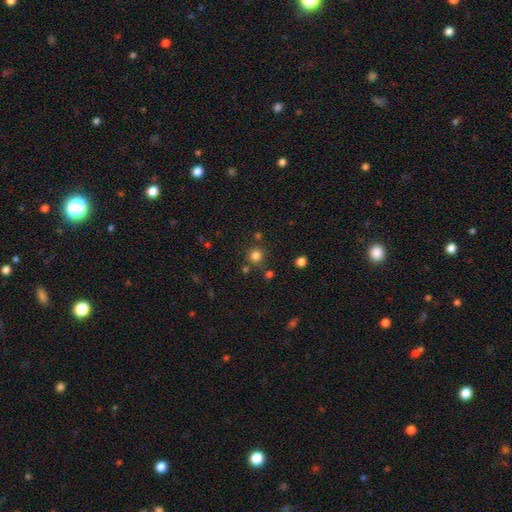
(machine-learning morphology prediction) A smooth galaxy with no disk features (79%) that is round (92%). Merging: none (80%).